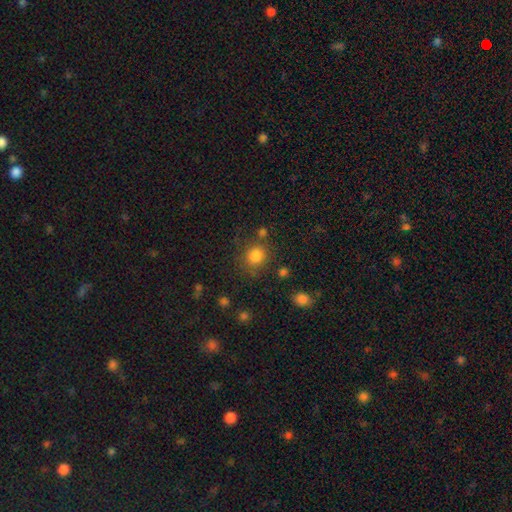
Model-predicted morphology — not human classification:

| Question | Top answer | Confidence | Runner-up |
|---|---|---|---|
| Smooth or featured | smooth | 83% | star or artifact (12%) |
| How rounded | round | 80% | in between (19%) |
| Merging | none | 74% | minor disturbance (13%) |